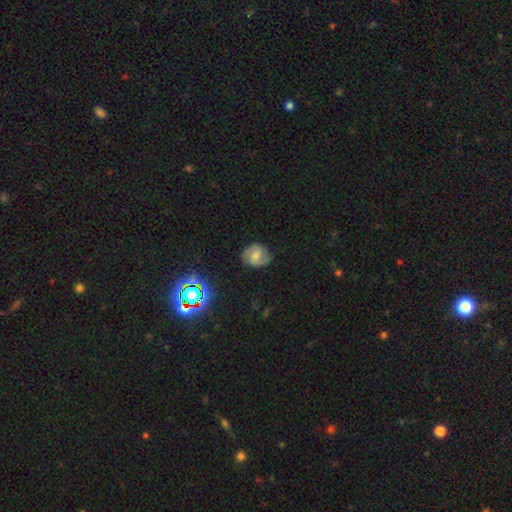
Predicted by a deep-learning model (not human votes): smooth-or-featured: featured or disk: 58% | smooth: 31% | star or artifact: 10%
  disk-edge-on: no: 97% | yes: 3%
    bar: no: 45% (tied) | weak: 45% (tied) | strong: 10%
    has-spiral-arms: yes: 91% | no: 9%
      spiral-winding: medium: 46% | tight: 38% | loose: 16%
      spiral-arm-count: 2: 83% | can't tell: 10% | 1: 3% | 3: 2% | 4: 1% | more than 4: 1%
    bulge-size: moderate: 46% | small: 29% | none: 14% | large: 9% | dominant: 2%
  merging: none: 76% | minor disturbance: 18% | major disturbance: 5% | merger: 1%